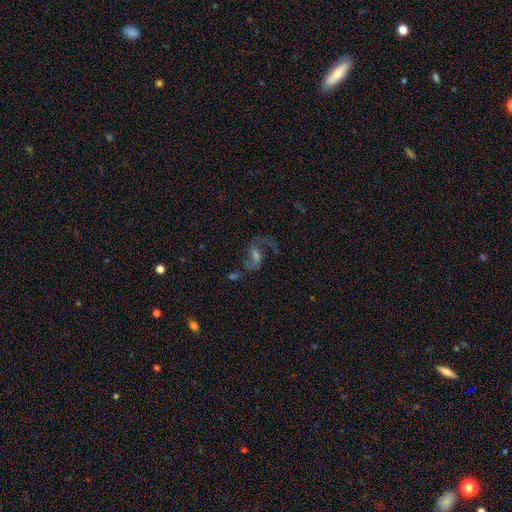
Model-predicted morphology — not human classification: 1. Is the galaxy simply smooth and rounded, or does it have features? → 76% featured or disk, 13% star or artifact, 11% smooth.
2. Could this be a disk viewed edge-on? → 96% no, 4% yes.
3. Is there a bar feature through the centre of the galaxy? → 51% weak, 27% no, 21% strong.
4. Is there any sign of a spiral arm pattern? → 92% yes, 8% no.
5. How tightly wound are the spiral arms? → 61% loose, 32% medium, 7% tight.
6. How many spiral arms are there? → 88% 2, 5% 1, 4% can't tell, 1% 3, 1% 4, 1% more than 4.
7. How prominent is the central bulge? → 44% moderate, 30% small, 12% none, 11% large, 2% dominant.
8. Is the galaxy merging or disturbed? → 59% none, 18% major disturbance, 15% minor disturbance, 8% merger.